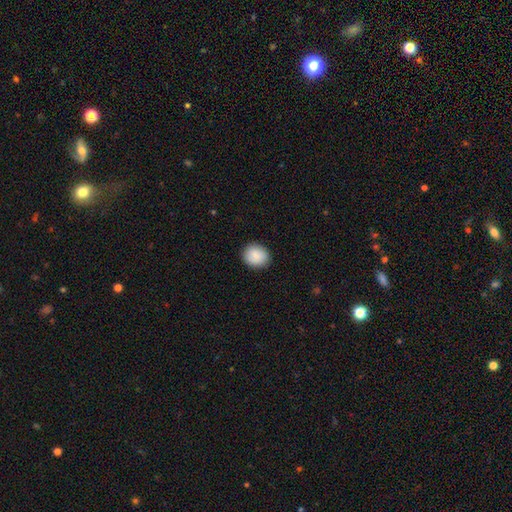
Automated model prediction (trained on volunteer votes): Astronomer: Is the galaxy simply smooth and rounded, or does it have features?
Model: smooth — 90%.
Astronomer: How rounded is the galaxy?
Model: round — 72%.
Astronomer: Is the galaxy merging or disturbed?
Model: none — 89%.